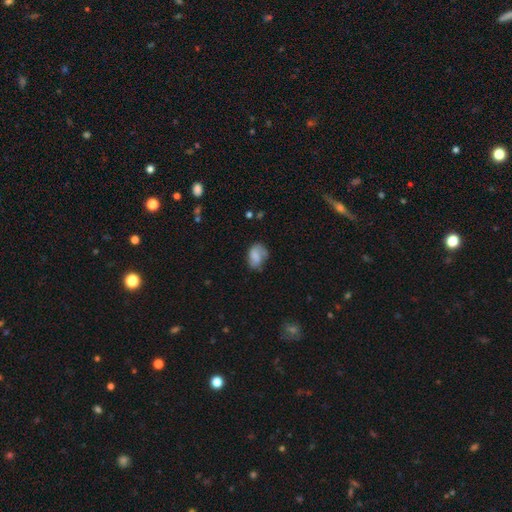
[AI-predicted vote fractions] smooth-or-featured: smooth: 64% | featured or disk: 26% | star or artifact: 9%
  how-rounded: in between: 77% | round: 22% | cigar-shaped: 1%
  merging: none: 47% | minor disturbance: 32% | major disturbance: 17% | merger: 5%